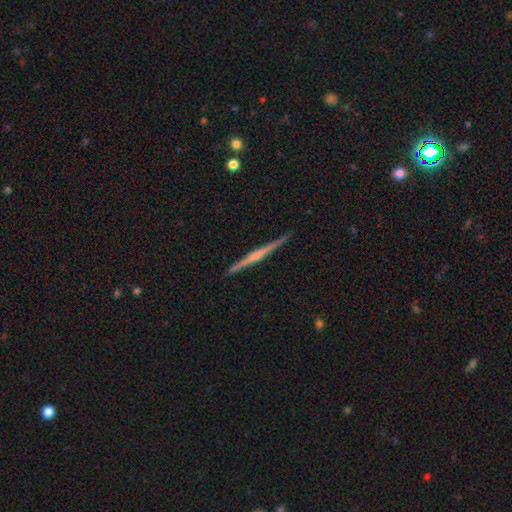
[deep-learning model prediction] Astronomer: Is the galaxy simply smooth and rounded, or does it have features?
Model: featured or disk — 71%.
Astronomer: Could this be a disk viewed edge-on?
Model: yes — 98%.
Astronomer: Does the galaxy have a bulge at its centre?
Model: none — 47% (runner-up: rounded, 36%).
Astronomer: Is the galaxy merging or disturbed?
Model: none — 90%.